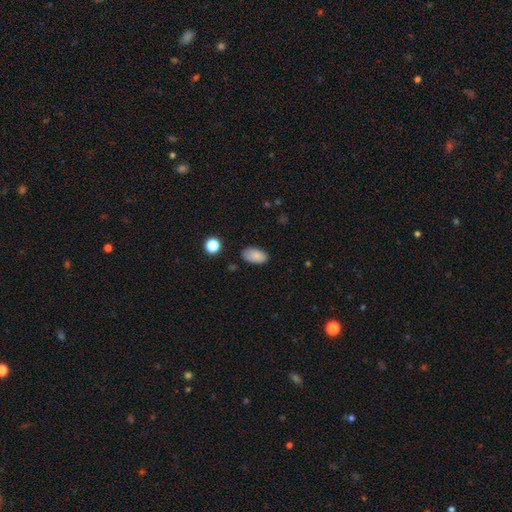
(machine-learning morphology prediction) type=smooth (86%); roundness=in between (94%); merging=none (79%).